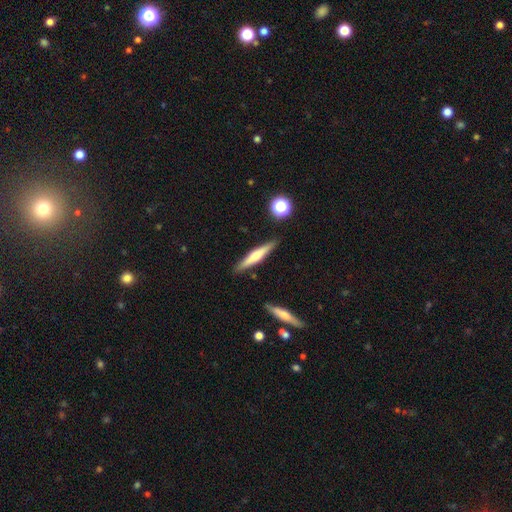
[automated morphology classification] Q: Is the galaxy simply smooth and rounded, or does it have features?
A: featured or disk — 51%.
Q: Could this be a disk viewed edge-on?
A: yes — 96%.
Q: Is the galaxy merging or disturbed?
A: none — 88%.